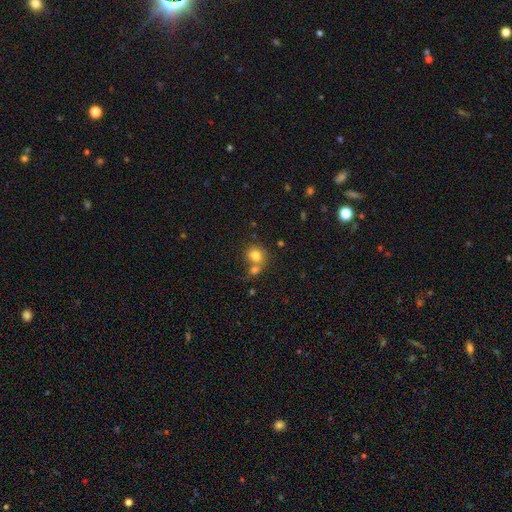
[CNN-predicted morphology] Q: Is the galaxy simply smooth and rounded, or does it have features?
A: smooth — 77%.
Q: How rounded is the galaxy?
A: round — 72%.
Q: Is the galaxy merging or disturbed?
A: merger — 44%.